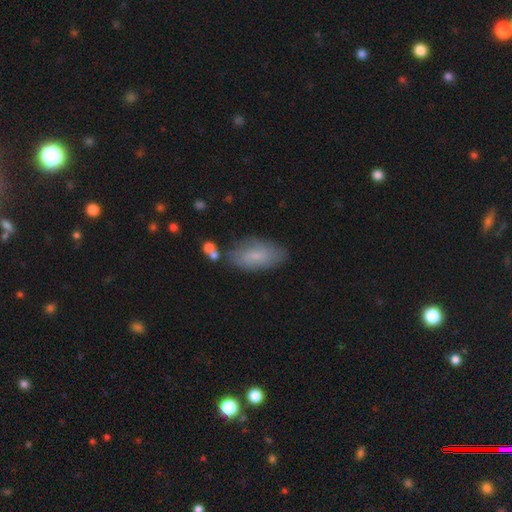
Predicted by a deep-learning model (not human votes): A smooth galaxy with no disk features (68%) that is in between round and cigar-shaped (90%). Merging: none (70%).